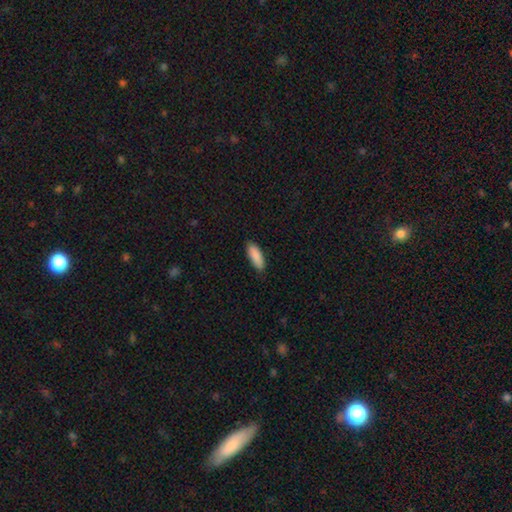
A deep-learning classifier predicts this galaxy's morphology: A smooth galaxy with no disk features (90%) that is in between round and cigar-shaped (66%).

Vote fractions:
- Smooth or featured? smooth: 90% / star or artifact: 6% / featured or disk: 4%
- How rounded? in between: 66% / cigar-shaped: 33% / round: 2%
- Merging? none: 88% / minor disturbance: 9% / major disturbance: 2% / merger: 1%